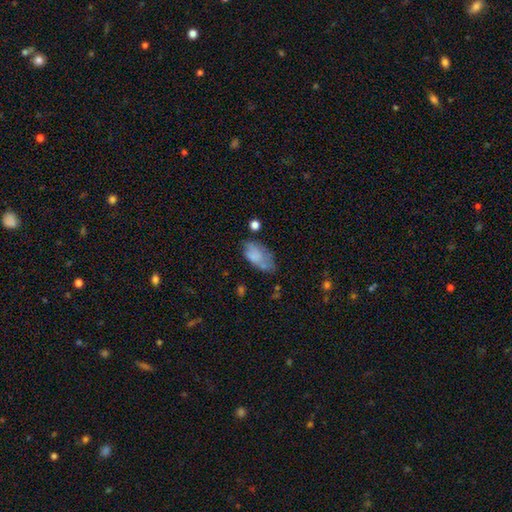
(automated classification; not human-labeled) smooth_or_featured: smooth (p=0.68) [alt: featured or disk p=0.23]
how_rounded: in between (p=0.92) [alt: round p=0.05]
merging: none (p=0.42) [alt: minor disturbance p=0.32]